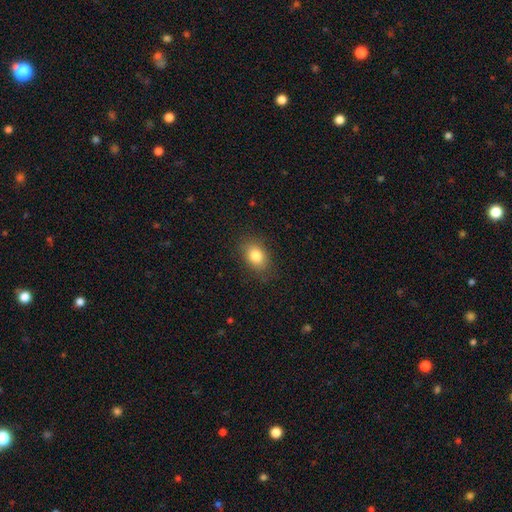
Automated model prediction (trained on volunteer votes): Smooth or featured? smooth (83%)
How rounded? in between (71%)
Merging? none (83%)